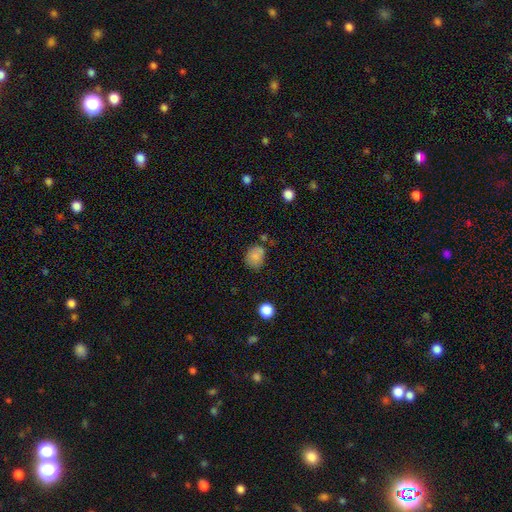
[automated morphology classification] This is clearly a smooth galaxy (81%). How rounded: possibly round (54%). Merging: possibly none (59%).